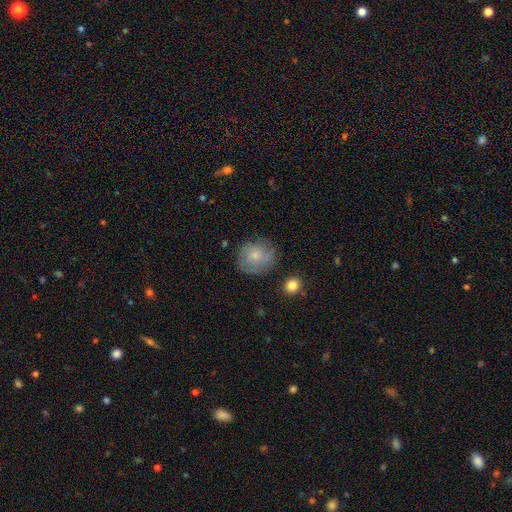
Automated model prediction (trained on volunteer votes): smooth 58%, featured or disk 34%, star or artifact 8%. Down the decision tree: how rounded — round (78%); merging — none (72%).